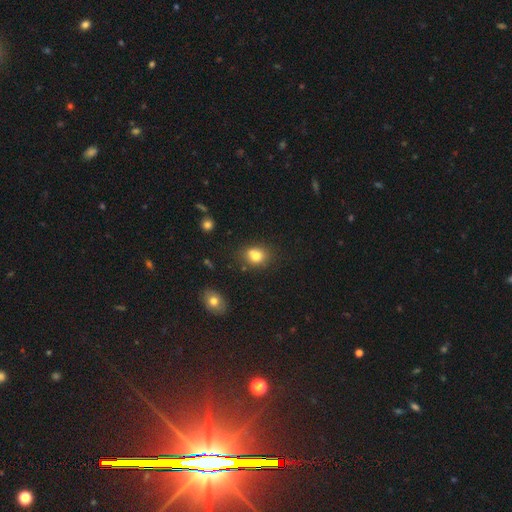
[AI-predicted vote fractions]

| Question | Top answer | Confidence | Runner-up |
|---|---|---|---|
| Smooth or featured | smooth | 78% | star or artifact (12%) |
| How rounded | round | 57% | in between (42%) |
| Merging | none | 66% | minor disturbance (16%) |